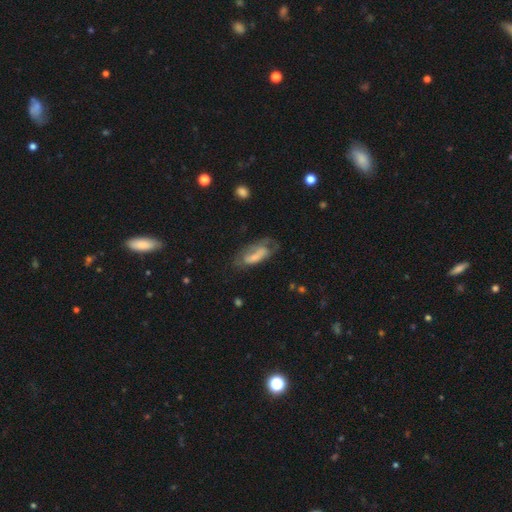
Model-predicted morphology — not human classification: smooth-or-featured: smooth: 52% | featured or disk: 40% | star or artifact: 8%
  how-rounded: in between: 73% | cigar-shaped: 24% | round: 3%
  merging: none: 41% | minor disturbance: 28% | major disturbance: 27% | merger: 4%